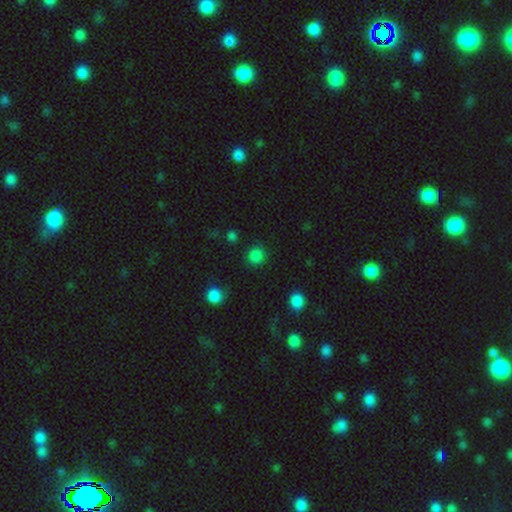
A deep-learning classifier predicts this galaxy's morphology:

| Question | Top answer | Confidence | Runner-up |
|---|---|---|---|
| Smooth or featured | smooth | 83% | star or artifact (13%) |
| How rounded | round | 90% | in between (9%) |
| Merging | none | 85% | minor disturbance (9%) |